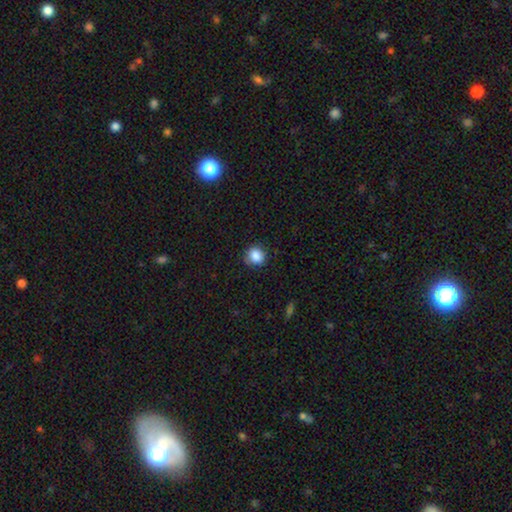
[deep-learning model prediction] This appears to be a smooth galaxy with no disk features (86%) that is round (81%). Merging: none (82%).